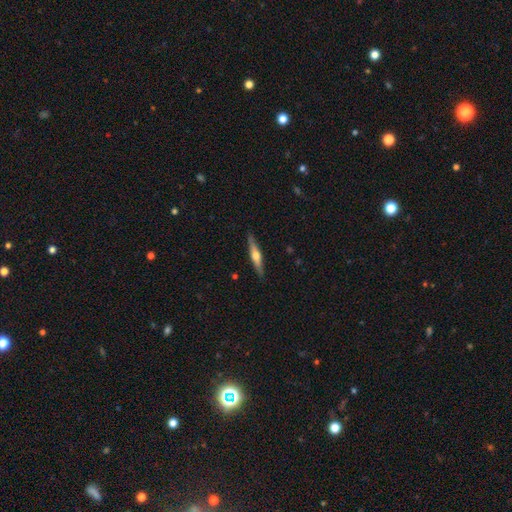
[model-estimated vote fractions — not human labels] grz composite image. It shows a featured or disk galaxy (60%) viewed edge-on (96%) with a rounded central bulge (88%). Merging: none (89%).